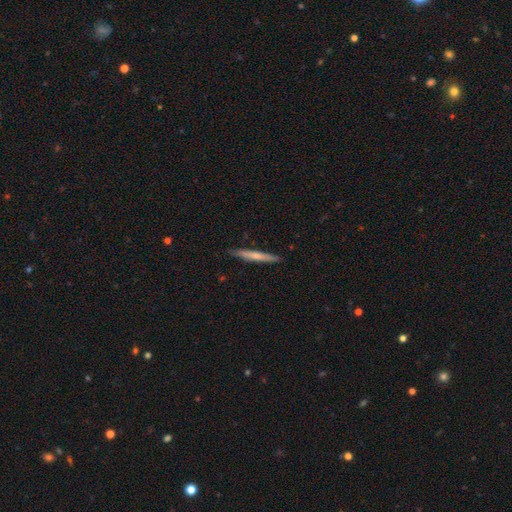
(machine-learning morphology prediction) The model was most divided on "smooth or featured": smooth: 55%, featured or disk: 40%, star or artifact: 5%. More confident: how rounded — cigar-shaped (96%); merging — none (89%).